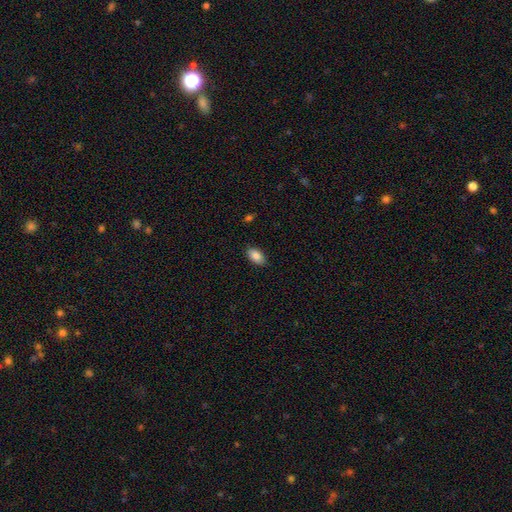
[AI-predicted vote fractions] smooth_or_featured: smooth (p=0.87) [alt: star or artifact p=0.07]
how_rounded: in between (p=0.93) [alt: round p=0.05]
merging: none (p=0.88) [alt: minor disturbance p=0.09]